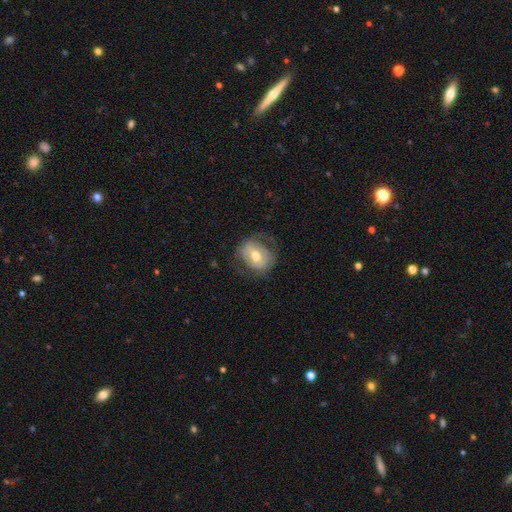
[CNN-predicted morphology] Smooth or featured?
  - featured or disk: 51% *
  - smooth: 42%
  - star or artifact: 7%
Edge-on disk?
  - no: 94% *
  - yes: 6%
Merging?
  - none: 66% *
  - minor disturbance: 19%
  - major disturbance: 14%
  - merger: 1%